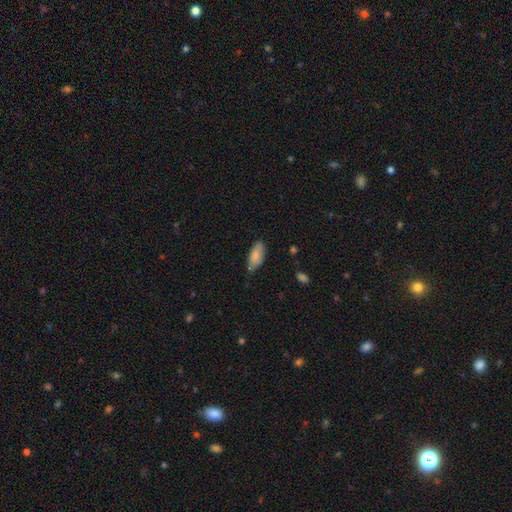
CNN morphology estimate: type=smooth (80%); roundness=in between (84%); merging=none (63%).